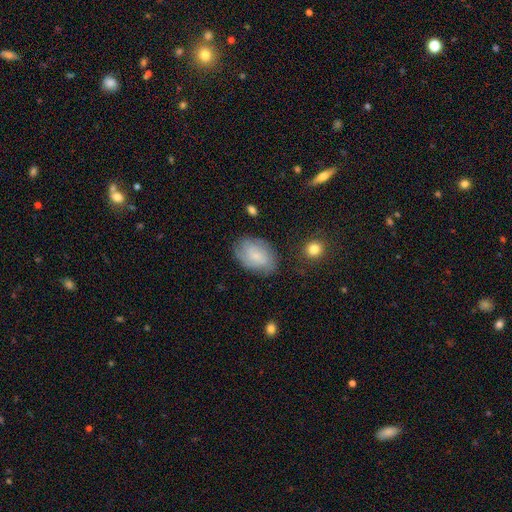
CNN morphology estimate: Smooth or featured: smooth — 52% (featured or disk — 40%)
How rounded: in between — 84% (round — 15%)
Merging: none — 72% (minor disturbance — 20%)